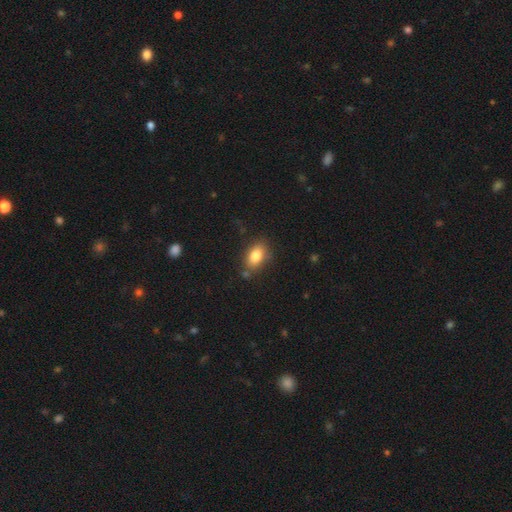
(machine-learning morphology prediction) Smooth or featured?
  - smooth: 83% *
  - featured or disk: 9%
  - star or artifact: 8%
How rounded?
  - in between: 86% *
  - round: 11%
  - cigar-shaped: 3%
Merging?
  - none: 78% *
  - minor disturbance: 14%
  - merger: 4%
  - major disturbance: 3%